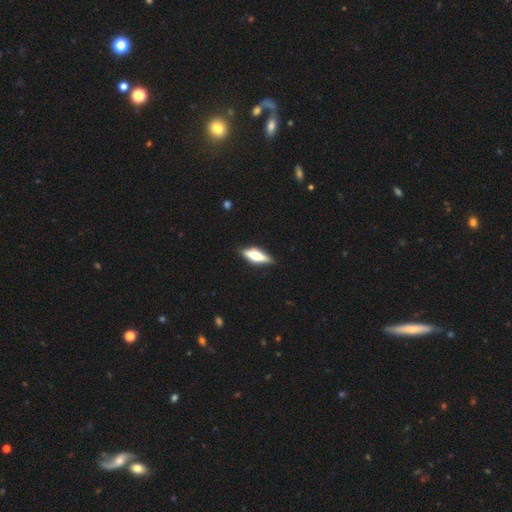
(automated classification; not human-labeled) The model was most divided on "smooth or featured": featured or disk: 53%, smooth: 41%, star or artifact: 6%. More confident: edge-on disk — yes (91%); merging — none (86%).